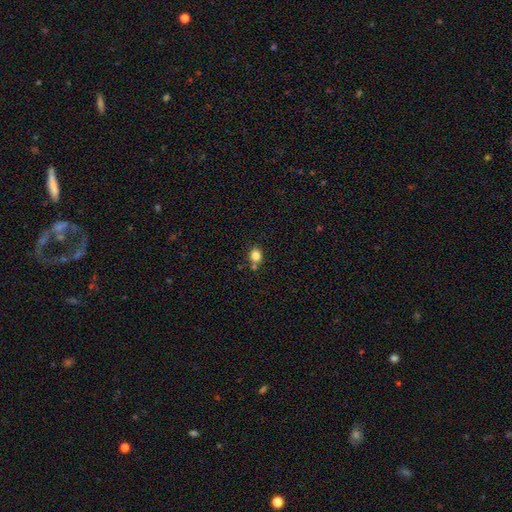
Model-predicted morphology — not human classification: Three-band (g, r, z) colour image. It shows a smooth galaxy with no disk features (81%) that is round (73%). Merging: none (68%).